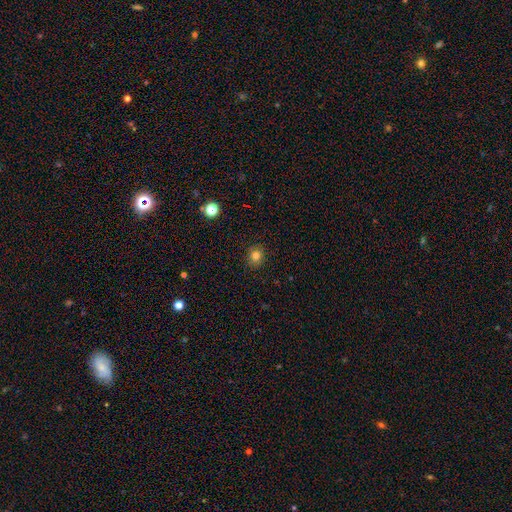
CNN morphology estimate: This appears to be a smooth galaxy with no disk features (81%) that is round (78%). Merging: none (89%).